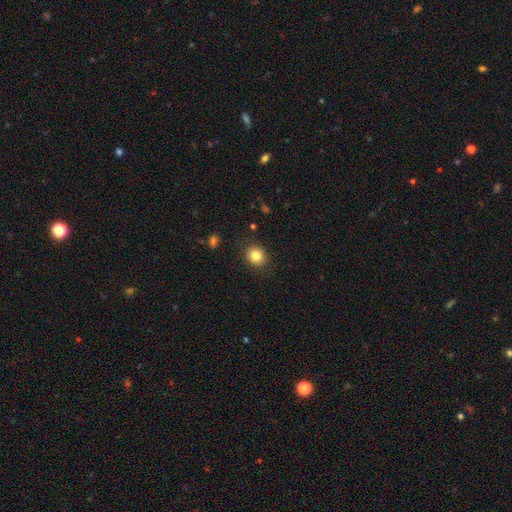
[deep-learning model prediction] Smooth or featured: smooth — 84% (star or artifact — 10%)
How rounded: round — 75% (in between — 24%)
Merging: none — 87% (minor disturbance — 9%)